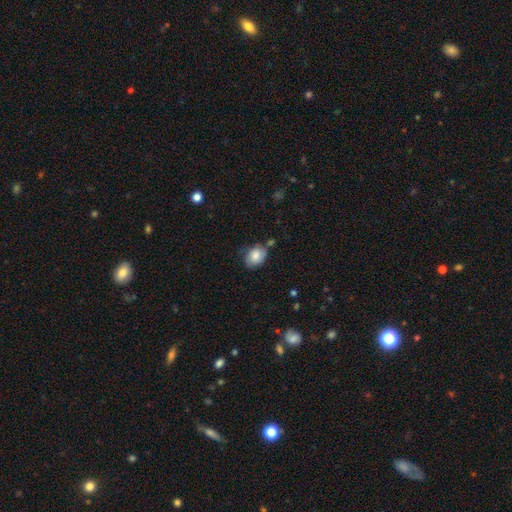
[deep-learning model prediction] A smooth galaxy with no disk features (74%) that is in between round and cigar-shaped (65%).

Vote fractions:
- Smooth or featured? smooth: 74% / featured or disk: 18% / star or artifact: 8%
- How rounded? in between: 65% / round: 34% / cigar-shaped: 1%
- Merging? none: 60% / minor disturbance: 26% / merger: 7% / major disturbance: 7%